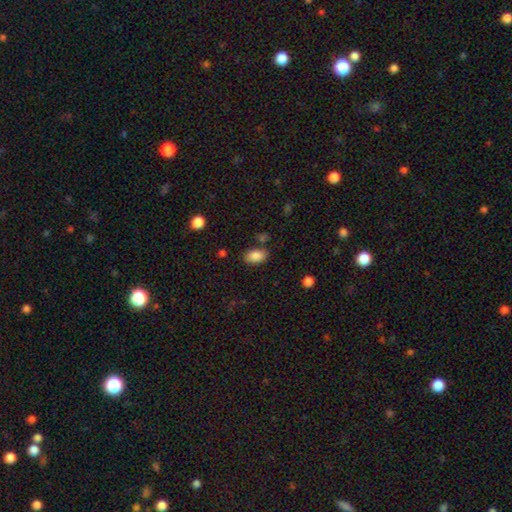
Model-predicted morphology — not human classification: Smooth or featured: smooth — 86% (star or artifact — 8%)
How rounded: in between — 91% (round — 8%)
Merging: none — 76% (minor disturbance — 14%)